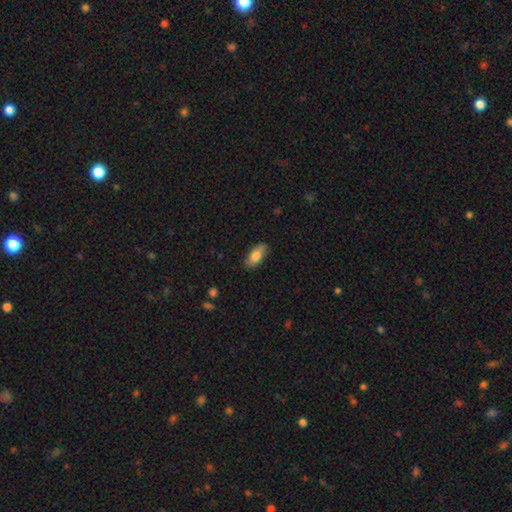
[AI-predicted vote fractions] Smooth or featured: smooth — 80% (featured or disk — 14%)
How rounded: in between — 86% (cigar-shaped — 11%)
Merging: none — 83% (minor disturbance — 14%)